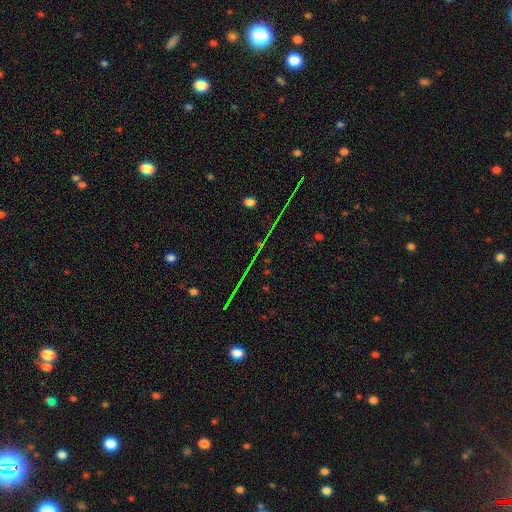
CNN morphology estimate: star or artifact 74%, featured or disk 13%, smooth 12%.